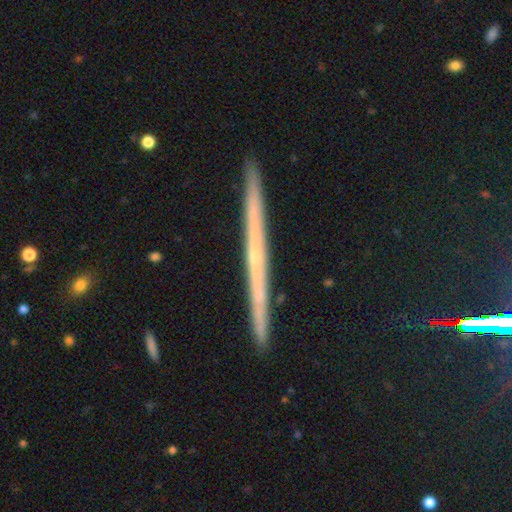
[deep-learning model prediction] The model was most divided on "smooth or featured": featured or disk: 68%, smooth: 21%, star or artifact: 11%. More confident: edge-on disk — yes (98%); merging — none (91%); edge-on bulge — none (73%).